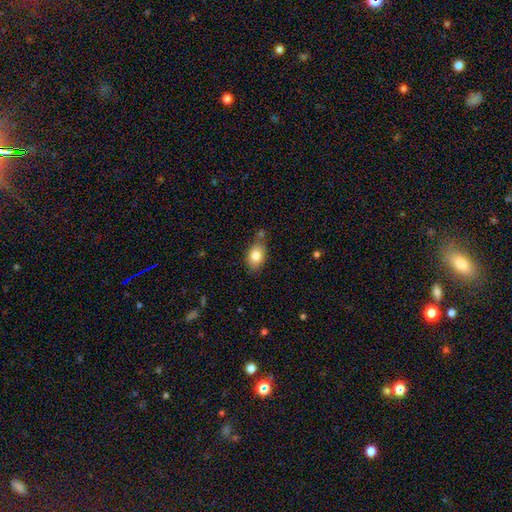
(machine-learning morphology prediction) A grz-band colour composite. It shows a smooth galaxy with no disk features (81%) that is in between round and cigar-shaped (80%). Merging: none (69%).